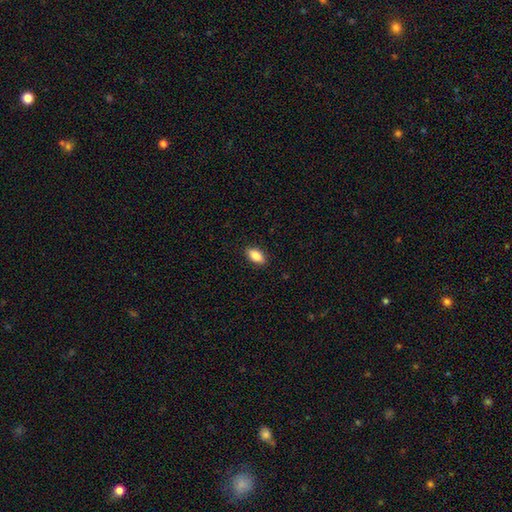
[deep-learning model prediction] The model was most divided on "smooth or featured": smooth: 86%, star or artifact: 7%, featured or disk: 7%. More confident: how rounded — in between (90%); merging — none (89%).